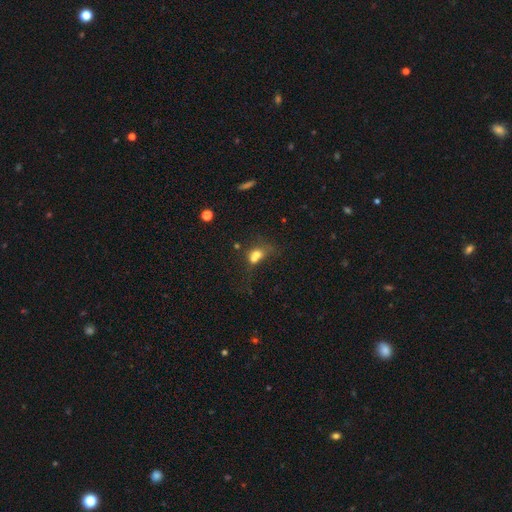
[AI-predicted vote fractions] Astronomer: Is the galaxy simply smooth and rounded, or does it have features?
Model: smooth — 66%.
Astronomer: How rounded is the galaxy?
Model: in between — 51% (runner-up: round, 46%).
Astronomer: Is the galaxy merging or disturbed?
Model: merger — 60%.